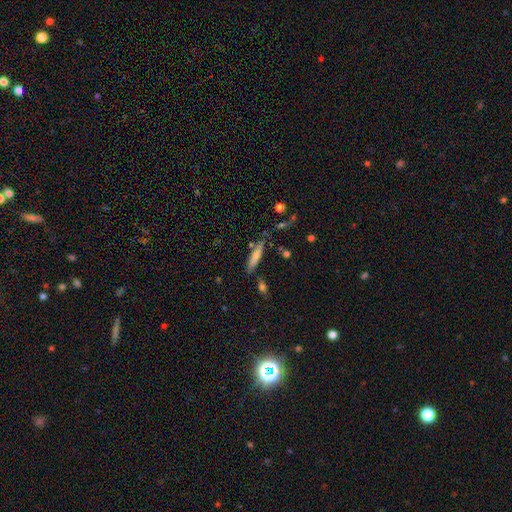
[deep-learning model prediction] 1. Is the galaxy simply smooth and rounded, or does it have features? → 62% smooth, 30% featured or disk, 7% star or artifact.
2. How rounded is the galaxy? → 76% cigar-shaped, 22% in between, 2% round.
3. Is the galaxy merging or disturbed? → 74% none, 15% minor disturbance, 8% merger, 4% major disturbance.